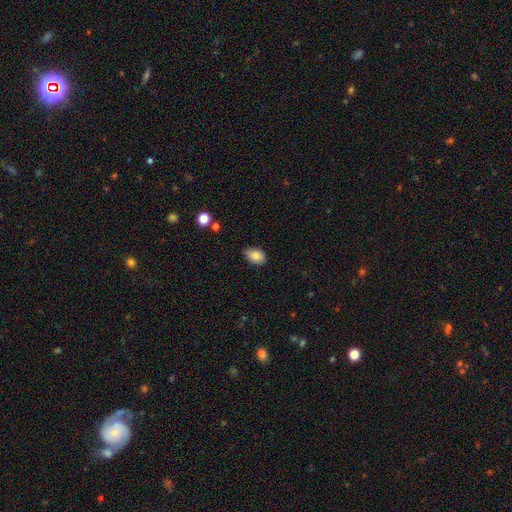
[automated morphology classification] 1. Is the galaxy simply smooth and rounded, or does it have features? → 86% smooth, 8% star or artifact, 6% featured or disk.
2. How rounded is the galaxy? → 82% in between, 17% round, 1% cigar-shaped.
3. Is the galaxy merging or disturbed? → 69% none, 26% minor disturbance, 3% major disturbance, 1% merger.